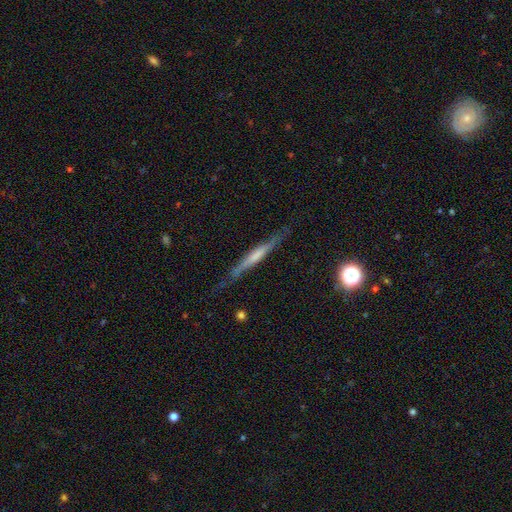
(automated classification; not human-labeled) This is likely a featured or disk galaxy (60%). It is clearly viewed edge-on (93%). Edge-on bulge: marginally none (45%). Merging: likely none (73%).